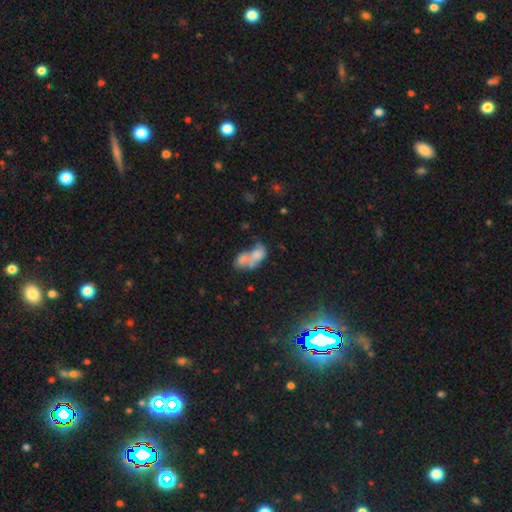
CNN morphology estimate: Smooth or featured? Predicted: smooth (p=0.61). How rounded? Predicted: in between (p=0.80). Merging? Predicted: merger (p=0.67).